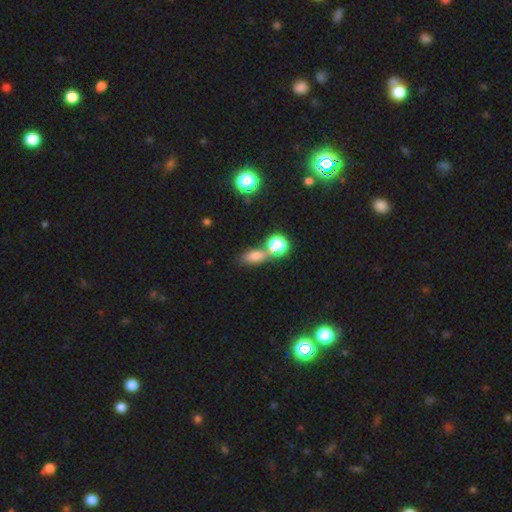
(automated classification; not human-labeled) Morphology: type=smooth (68%); roundness=in between (69%); merging=none (57%).